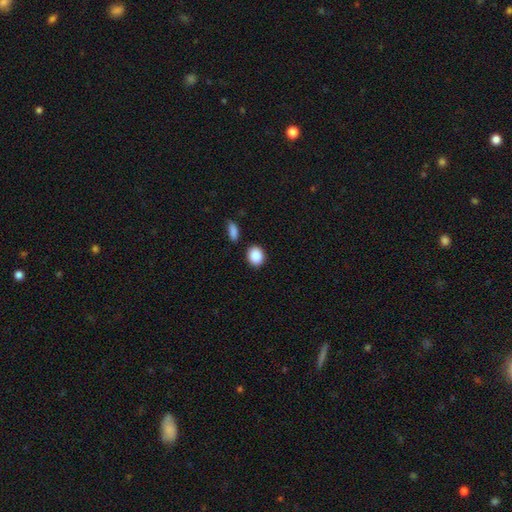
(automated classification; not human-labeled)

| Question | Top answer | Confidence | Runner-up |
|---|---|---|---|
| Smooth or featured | smooth | 89% | star or artifact (8%) |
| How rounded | round | 54% | in between (44%) |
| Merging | none | 84% | minor disturbance (9%) |